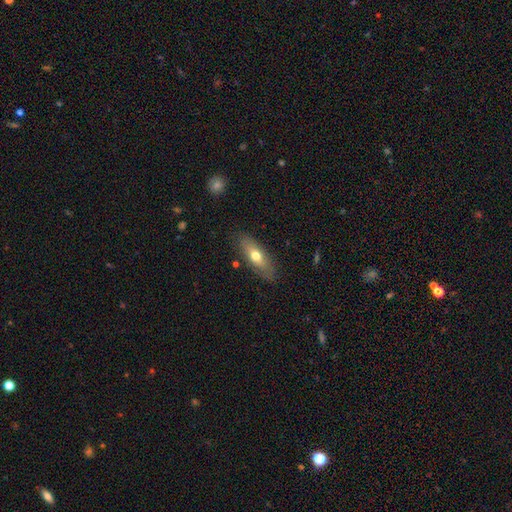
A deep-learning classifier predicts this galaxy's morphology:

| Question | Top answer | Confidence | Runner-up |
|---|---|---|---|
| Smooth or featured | smooth | 60% | featured or disk (34%) |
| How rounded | in between | 66% | cigar-shaped (31%) |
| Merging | none | 82% | minor disturbance (13%) |